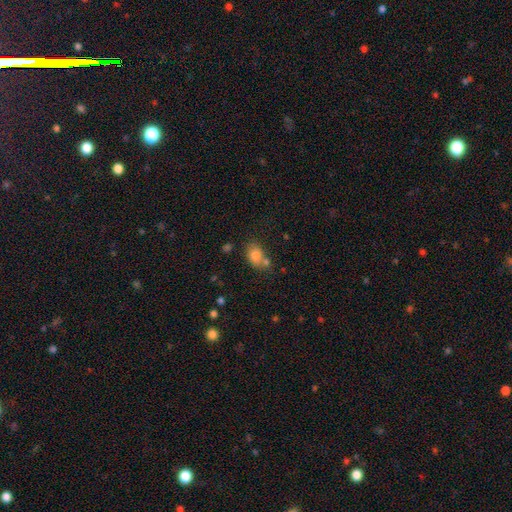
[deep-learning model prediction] A smooth galaxy with no disk features (81%) that is in between round and cigar-shaped (78%).

Vote fractions:
- Smooth or featured? smooth: 81% / star or artifact: 10% / featured or disk: 9%
- How rounded? in between: 78% / round: 21% / cigar-shaped: 2%
- Merging? none: 50% / merger: 27% / minor disturbance: 17% / major disturbance: 7%